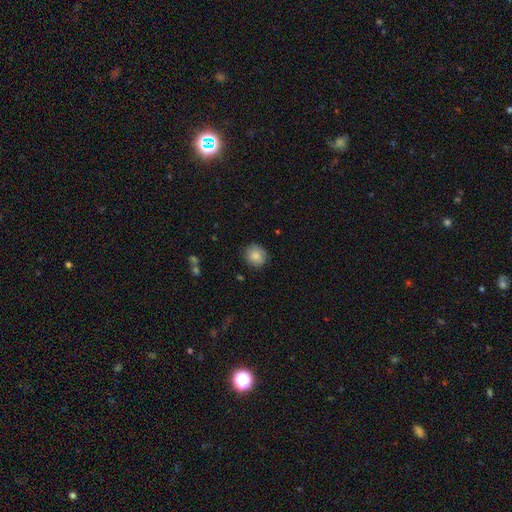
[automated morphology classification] Smooth or featured?
  - smooth: 86% *
  - star or artifact: 8%
  - featured or disk: 7%
How rounded?
  - round: 83% *
  - in between: 16%
  - cigar-shaped: 1%
Merging?
  - none: 85% *
  - minor disturbance: 12%
  - major disturbance: 2%
  - merger: 1%